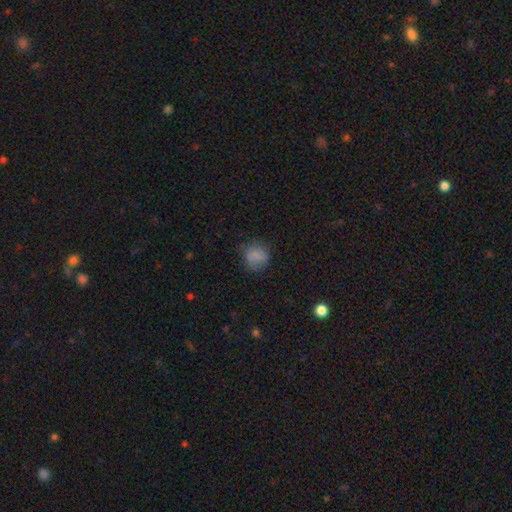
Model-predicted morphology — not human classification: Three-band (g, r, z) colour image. It shows a smooth galaxy with no disk features (79%) that is round (78%). Merging: none (69%).